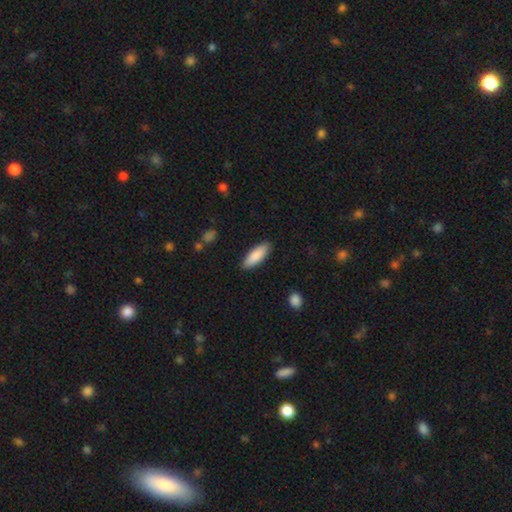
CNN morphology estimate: A smooth galaxy with no disk features (87%) that is in between round and cigar-shaped (61%). Merging: none (89%).